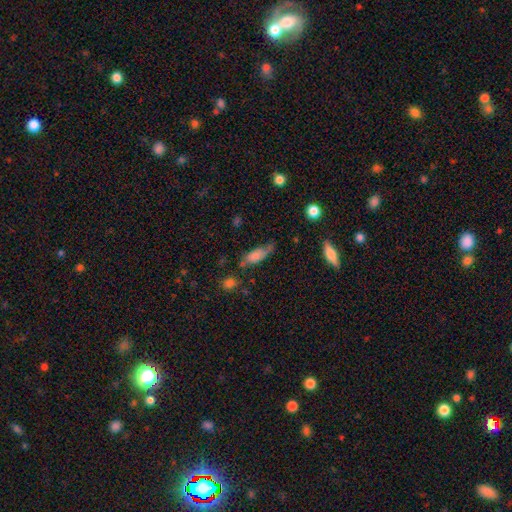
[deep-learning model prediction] Smooth or featured? Predicted: smooth (p=0.68). How rounded? Predicted: in between (p=0.69). Merging? Predicted: none (p=0.45).